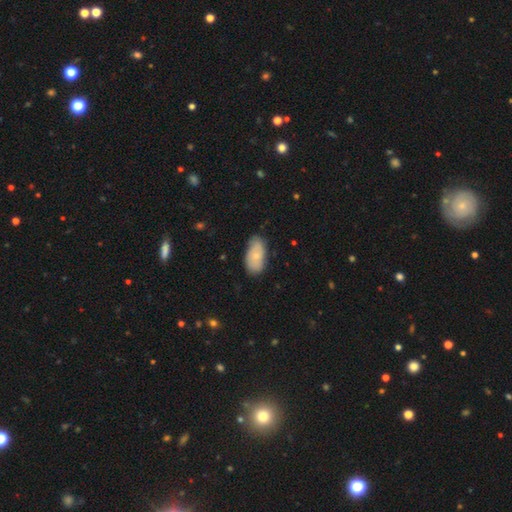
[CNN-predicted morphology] smooth_or_featured: smooth (p=0.72) [alt: featured or disk p=0.21]
how_rounded: in between (p=0.93) [alt: cigar-shaped p=0.03]
merging: none (p=0.73) [alt: minor disturbance p=0.22]